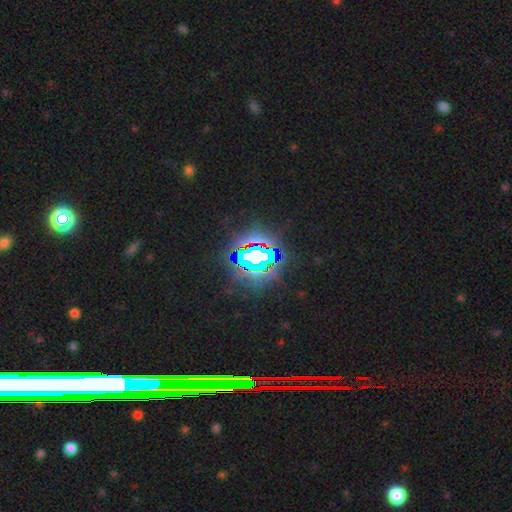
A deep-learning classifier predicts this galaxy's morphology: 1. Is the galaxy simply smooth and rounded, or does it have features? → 74% star or artifact, 13% featured or disk, 13% smooth.